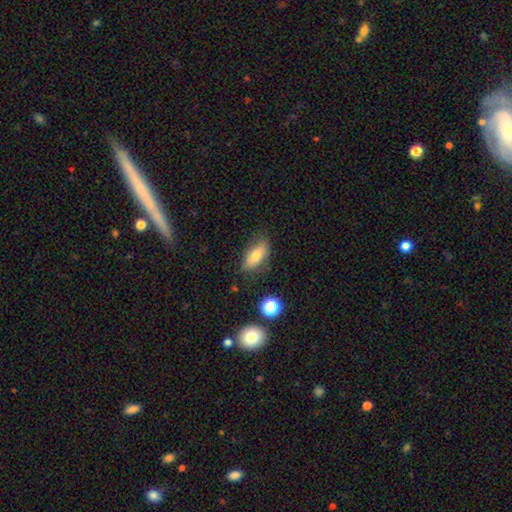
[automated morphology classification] Overall: smooth (72%). How rounded: in between (76%). Merging: none (73%).